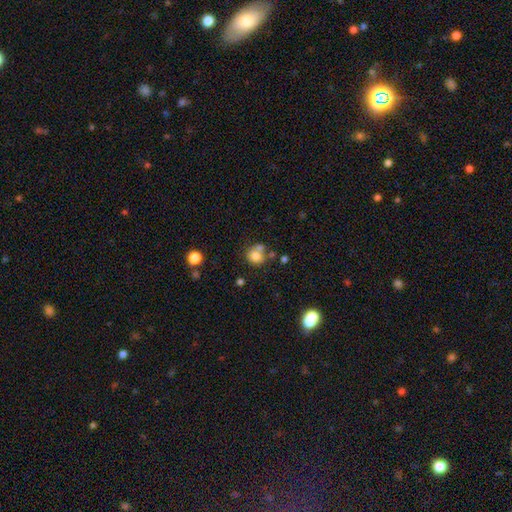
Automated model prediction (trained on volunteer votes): The model was most divided on "merging": none: 55%, merger: 27%, minor disturbance: 12%, major disturbance: 5%. More confident: how rounded — round (83%); smooth or featured — smooth (78%).